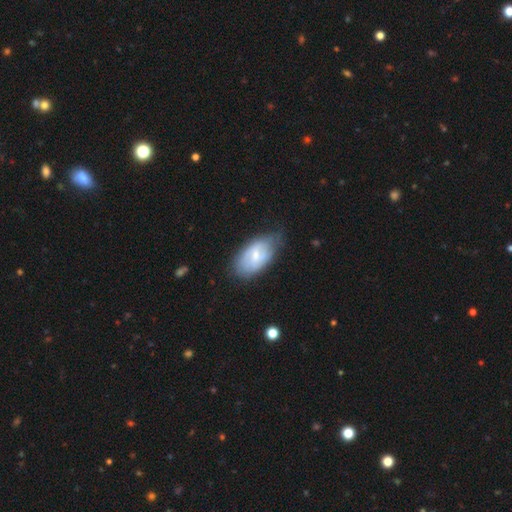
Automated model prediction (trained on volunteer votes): A featured or disk galaxy (50%).

Vote fractions:
- Smooth or featured? featured or disk: 50% / smooth: 44% / star or artifact: 7%
- Merging? none: 59% / minor disturbance: 31% / major disturbance: 8% / merger: 2%